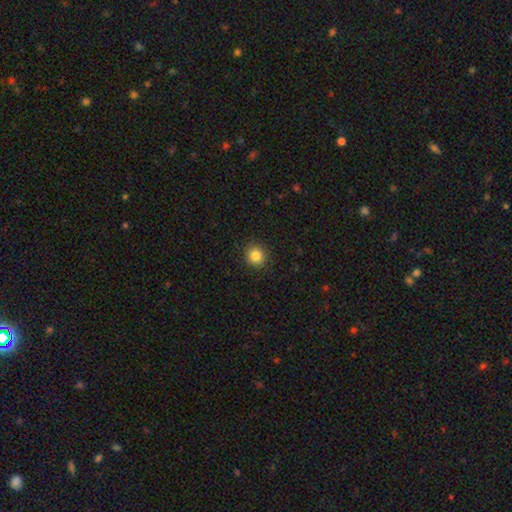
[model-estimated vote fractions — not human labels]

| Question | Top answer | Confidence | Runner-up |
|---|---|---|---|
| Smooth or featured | smooth | 84% | star or artifact (11%) |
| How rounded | round | 90% | in between (9%) |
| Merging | none | 91% | minor disturbance (6%) |